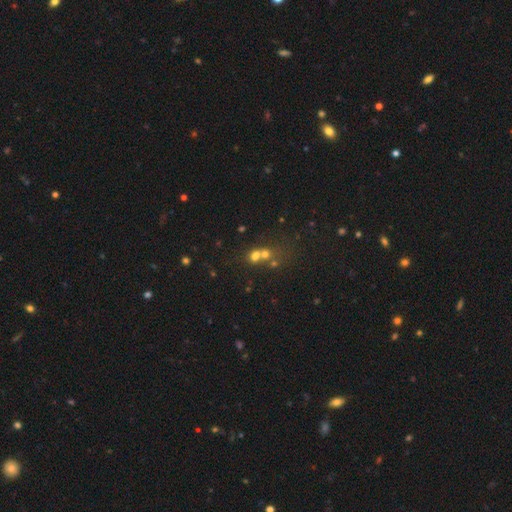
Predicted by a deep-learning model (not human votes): This is possibly a smooth galaxy (59%). How rounded: likely round (75%). Merging: possibly merger (57%).